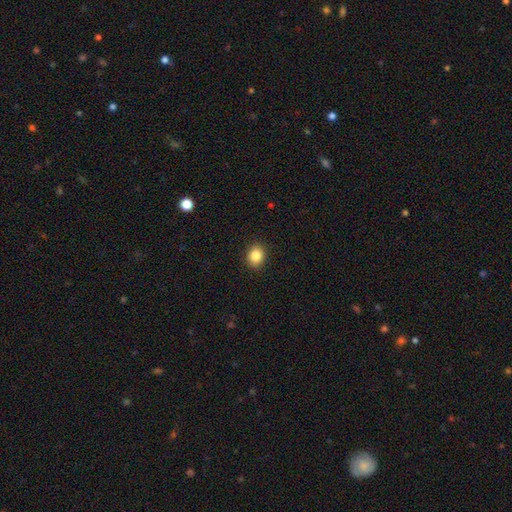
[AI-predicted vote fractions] Morphology: type=smooth (85%); roundness=round (62%); merging=none (90%).